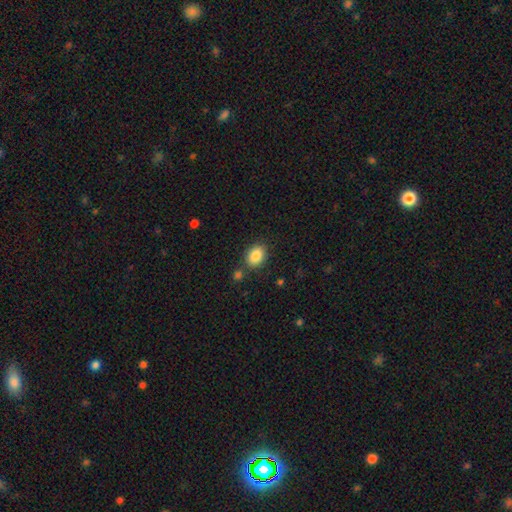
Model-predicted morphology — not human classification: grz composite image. It shows a smooth galaxy with no disk features (86%) that is in between round and cigar-shaped (71%). Merging: none (79%).